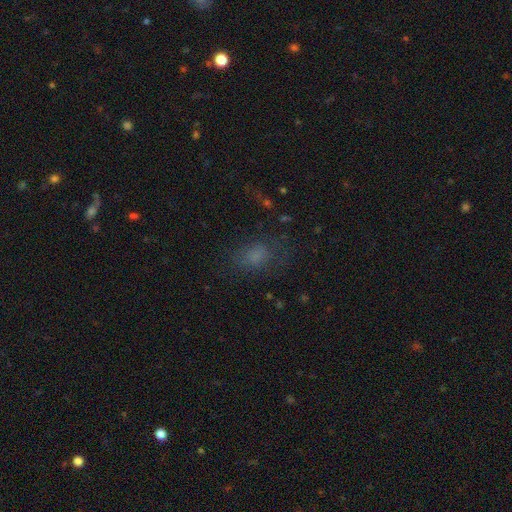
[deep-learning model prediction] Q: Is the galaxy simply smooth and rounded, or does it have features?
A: smooth — 64%.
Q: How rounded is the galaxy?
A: in between — 74%.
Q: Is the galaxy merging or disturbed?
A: none — 61%.